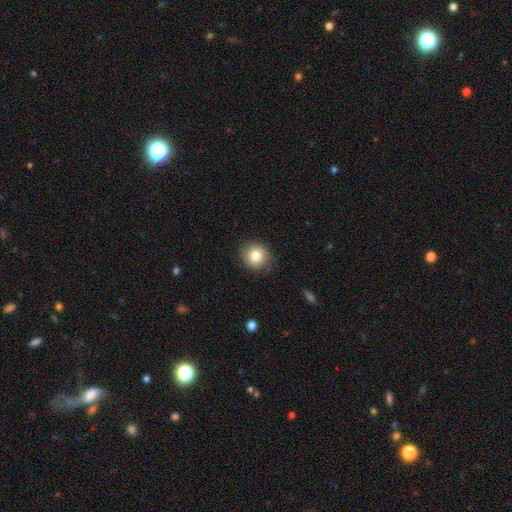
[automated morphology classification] Smooth or featured: smooth — 80% (featured or disk — 10%)
How rounded: round — 85% (in between — 14%)
Merging: none — 86% (minor disturbance — 10%)